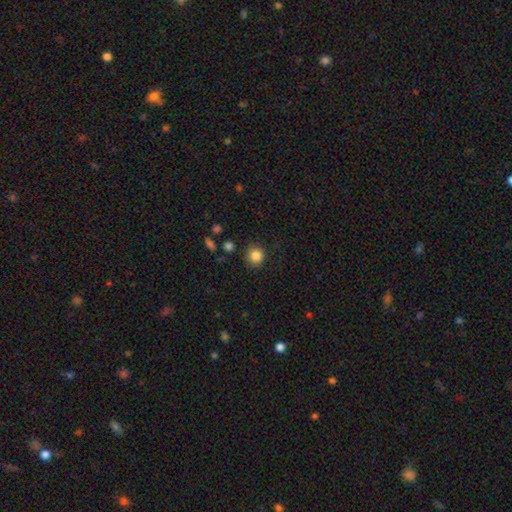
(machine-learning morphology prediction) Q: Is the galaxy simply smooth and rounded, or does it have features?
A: smooth — 85%.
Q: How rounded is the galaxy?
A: round — 91%.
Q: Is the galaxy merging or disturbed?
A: none — 86%.